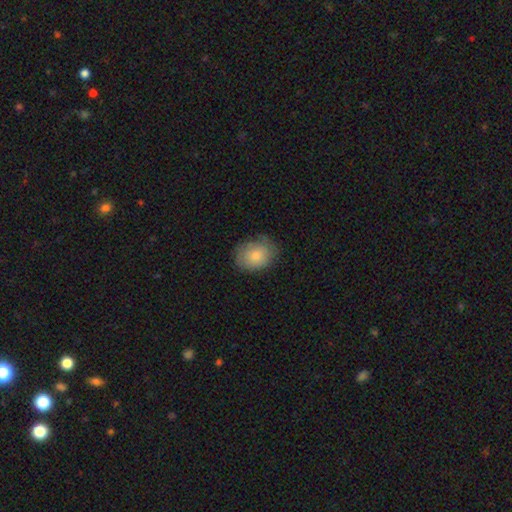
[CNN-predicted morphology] A smooth galaxy with no disk features (74%) that is in between round and cigar-shaped (57%).

Vote fractions:
- Smooth or featured? smooth: 74% / featured or disk: 18% / star or artifact: 8%
- How rounded? in between: 57% / round: 42% / cigar-shaped: 1%
- Merging? none: 72% / minor disturbance: 22% / major disturbance: 5% / merger: 1%